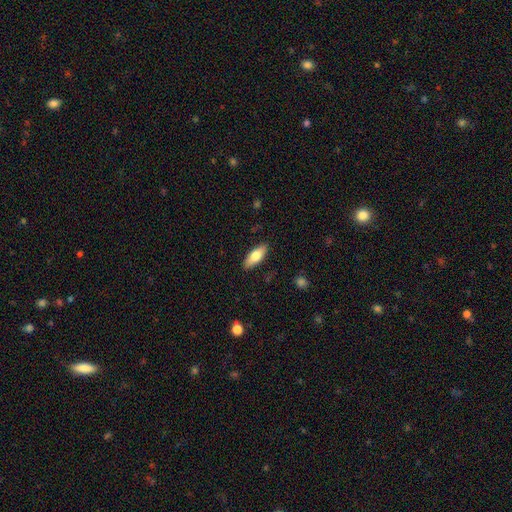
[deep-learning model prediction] Overall: smooth (73%). How rounded: in between (70%). Merging: none (88%).